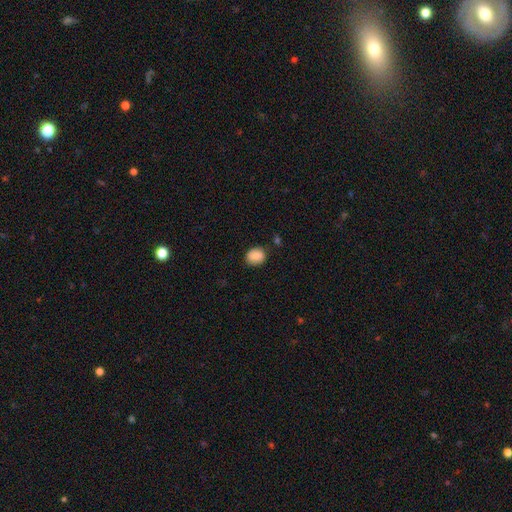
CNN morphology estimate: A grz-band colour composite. It shows a smooth galaxy with no disk features (86%) that is round (67%). Merging: none (82%).